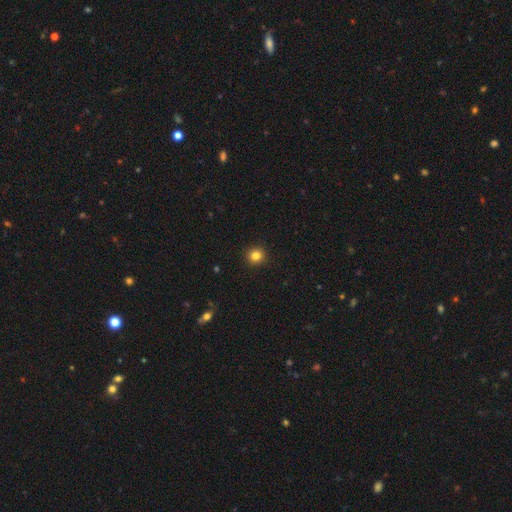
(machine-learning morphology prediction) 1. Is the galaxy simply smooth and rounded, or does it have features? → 83% smooth, 12% star or artifact, 5% featured or disk.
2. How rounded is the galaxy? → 93% round, 6% in between, 1% cigar-shaped.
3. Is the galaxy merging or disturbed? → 93% none, 5% minor disturbance, 2% major disturbance, 1% merger.